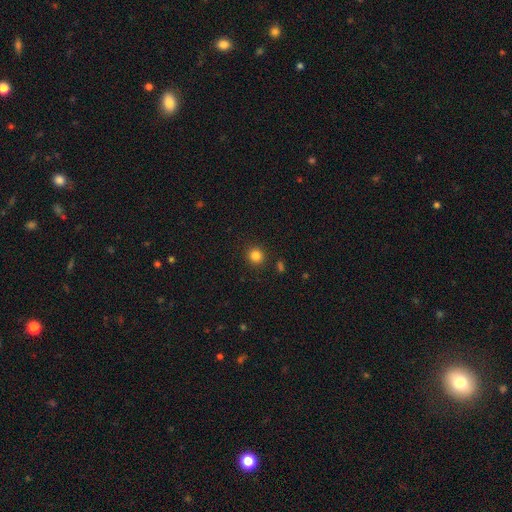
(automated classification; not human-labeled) Smooth or featured? Predicted: smooth (p=0.83). How rounded? Predicted: round (p=0.91). Merging? Predicted: none (p=0.90).